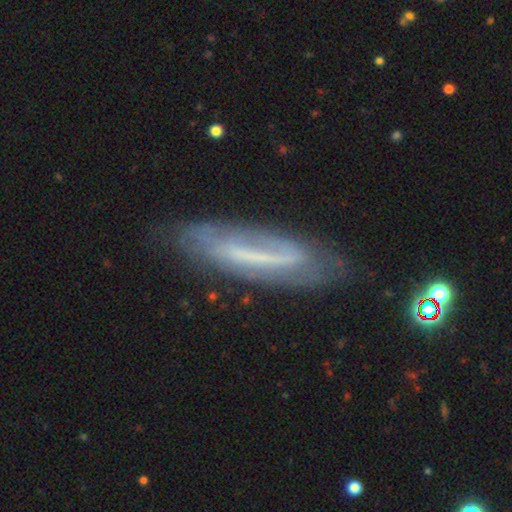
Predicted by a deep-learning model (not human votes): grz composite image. It shows a featured or disk galaxy (65%). Merging: none (65%).